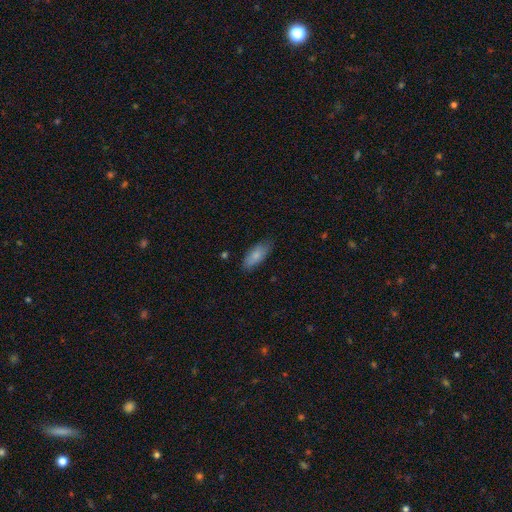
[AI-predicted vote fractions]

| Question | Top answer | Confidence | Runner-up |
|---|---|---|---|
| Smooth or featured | smooth | 83% | featured or disk (11%) |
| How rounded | in between | 79% | cigar-shaped (19%) |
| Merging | none | 77% | minor disturbance (18%) |